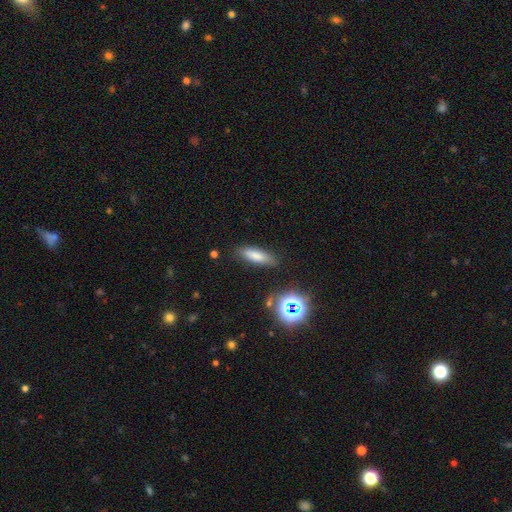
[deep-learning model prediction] A smooth galaxy with no disk features (75%) that is in between round and cigar-shaped (49%).

Vote fractions:
- Smooth or featured? smooth: 75% / star or artifact: 13% / featured or disk: 11%
- How rounded? in between: 49% / cigar-shaped: 48% / round: 3%
- Merging? none: 82% / minor disturbance: 12% / major disturbance: 3% / merger: 2%